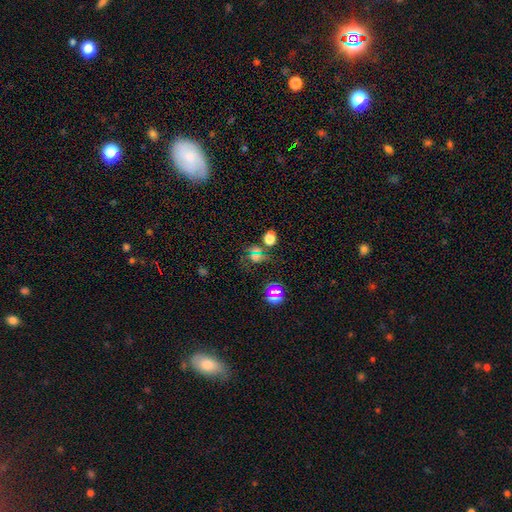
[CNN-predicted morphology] Smooth or featured? Predicted: smooth (p=0.49). Merging? Predicted: none (p=0.57).